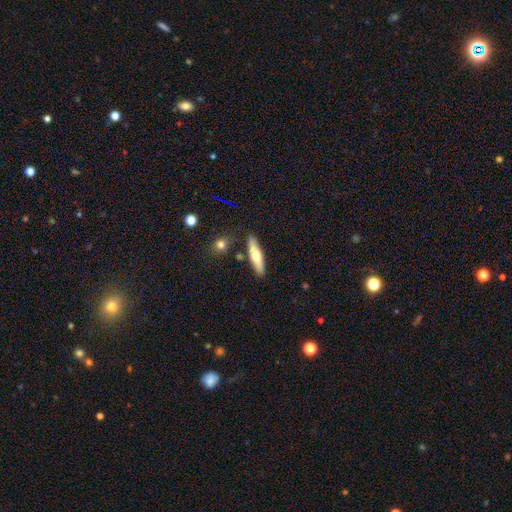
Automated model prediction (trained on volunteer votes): smooth_or_featured: smooth (p=0.57) [alt: featured or disk p=0.37]
how_rounded: cigar-shaped (p=0.72) [alt: in between p=0.26]
merging: none (p=0.83) [alt: minor disturbance p=0.10]